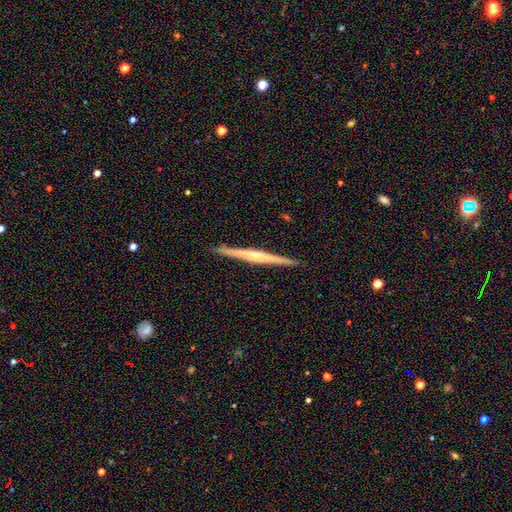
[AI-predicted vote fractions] Q: Smooth or featured?
A: featured or disk (79%); runner-up: smooth (15%)
Q: Edge-on disk?
A: yes (98%); runner-up: no (2%)
Q: Edge-on bulge?
A: rounded (69%); runner-up: none (21%)
Q: Merging?
A: none (92%); runner-up: minor disturbance (6%)